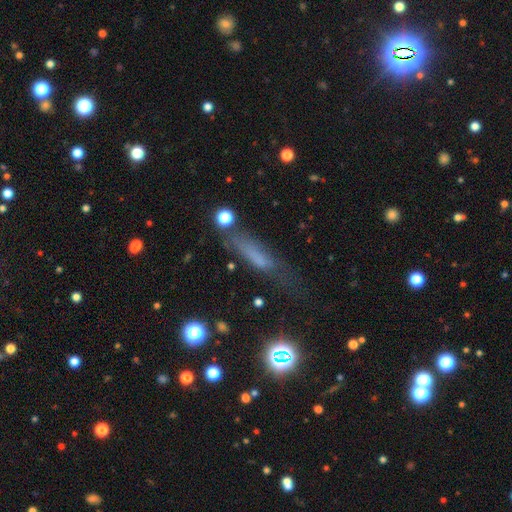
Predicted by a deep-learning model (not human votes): This appears to be a smooth galaxy with no disk features (57%) that is cigar-shaped (76%). Merging: none (57%).